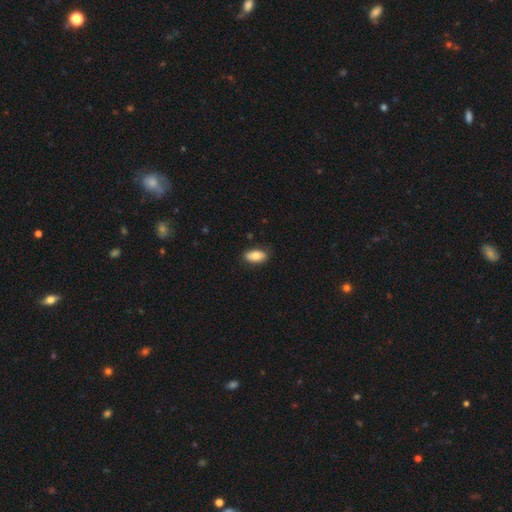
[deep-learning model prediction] A smooth galaxy with no disk features (78%) that is in between round and cigar-shaped (90%).

Vote fractions:
- Smooth or featured? smooth: 78% / featured or disk: 16% / star or artifact: 6%
- How rounded? in between: 90% / cigar-shaped: 6% / round: 3%
- Merging? none: 84% / minor disturbance: 13% / major disturbance: 2% / merger: 1%